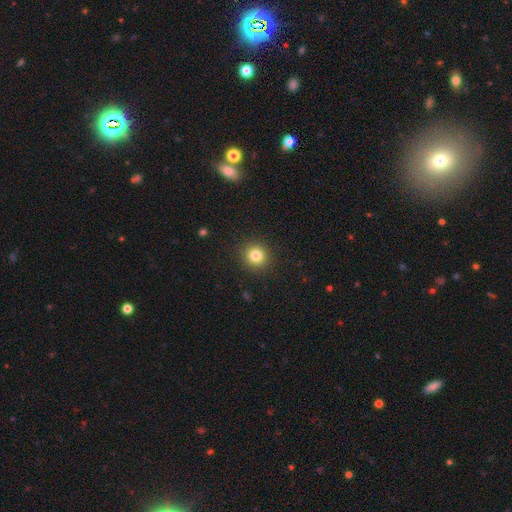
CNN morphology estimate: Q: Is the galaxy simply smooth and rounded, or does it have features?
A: smooth — 82%.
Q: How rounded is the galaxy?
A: round — 91%.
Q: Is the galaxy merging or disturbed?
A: none — 91%.